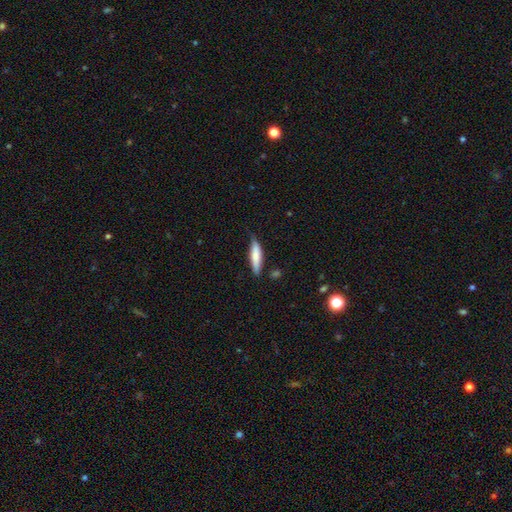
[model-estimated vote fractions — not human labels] smooth-or-featured: smooth: 72% | featured or disk: 22% | star or artifact: 6%
  how-rounded: cigar-shaped: 73% | in between: 25% | round: 2%
  merging: none: 65% | minor disturbance: 27% | major disturbance: 5% | merger: 3%